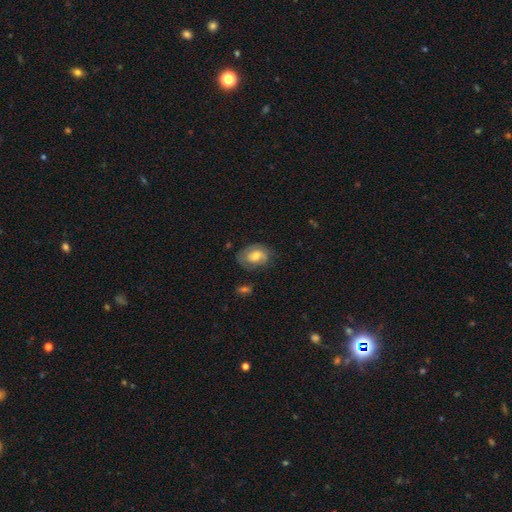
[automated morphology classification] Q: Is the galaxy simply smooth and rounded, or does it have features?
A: featured or disk — 52%.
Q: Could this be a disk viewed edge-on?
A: no — 96%.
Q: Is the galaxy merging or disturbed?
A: none — 67%.